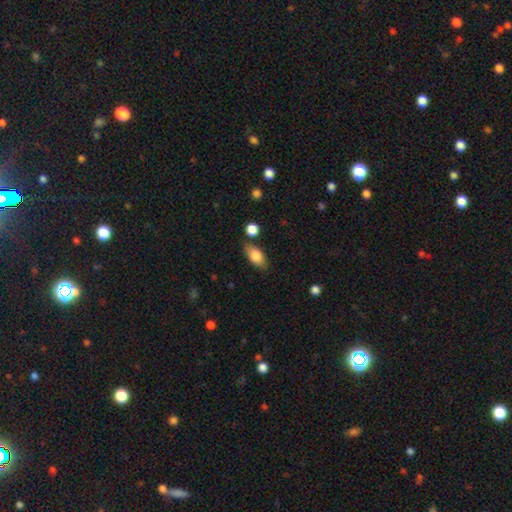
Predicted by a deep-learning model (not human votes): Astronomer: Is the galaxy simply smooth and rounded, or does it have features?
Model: smooth — 80%.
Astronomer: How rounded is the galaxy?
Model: in between — 87%.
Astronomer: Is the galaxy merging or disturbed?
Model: none — 77%.